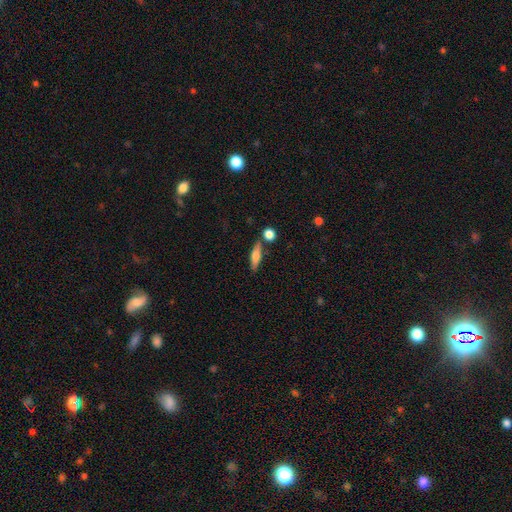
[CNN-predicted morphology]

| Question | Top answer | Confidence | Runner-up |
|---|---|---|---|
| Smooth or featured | smooth | 62% | featured or disk (31%) |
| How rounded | cigar-shaped | 56% | in between (40%) |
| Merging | none | 75% | minor disturbance (12%) |